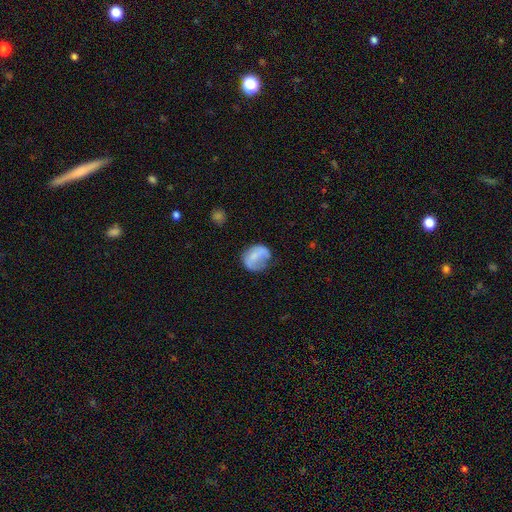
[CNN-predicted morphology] This is likely a smooth galaxy (61%). How rounded: likely round (61%). Merging: possibly none (47%).